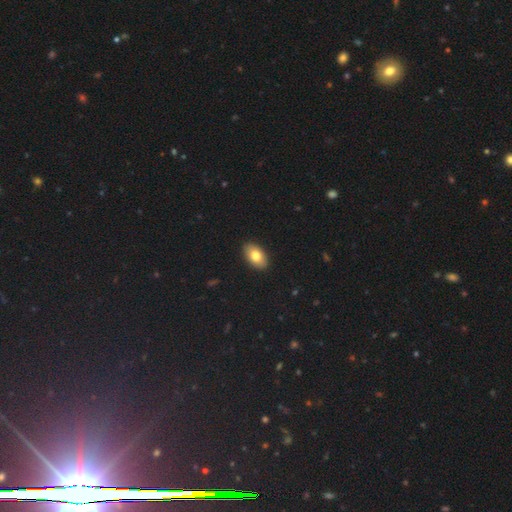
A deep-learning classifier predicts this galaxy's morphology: type=smooth (79%); roundness=in between (93%); merging=none (90%).